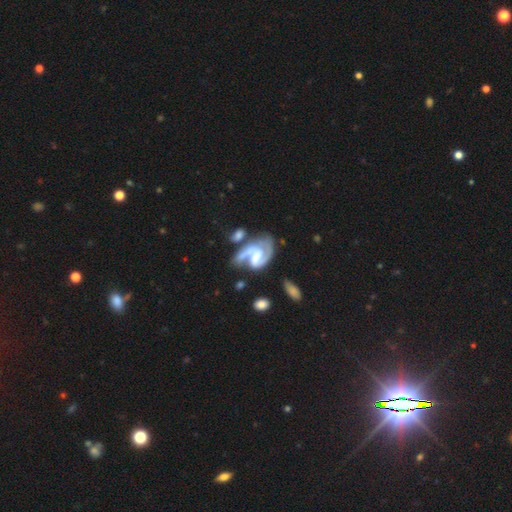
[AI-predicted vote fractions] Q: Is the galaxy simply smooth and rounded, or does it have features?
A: featured or disk — 87%.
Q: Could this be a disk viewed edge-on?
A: no — 98%.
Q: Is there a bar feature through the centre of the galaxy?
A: weak — 45%.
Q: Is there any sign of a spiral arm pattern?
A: yes — 95%.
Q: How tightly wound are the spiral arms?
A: medium — 53%.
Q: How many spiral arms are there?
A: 2 — 81%.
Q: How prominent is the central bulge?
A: moderate — 38%.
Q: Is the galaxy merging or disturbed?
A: none — 39%.